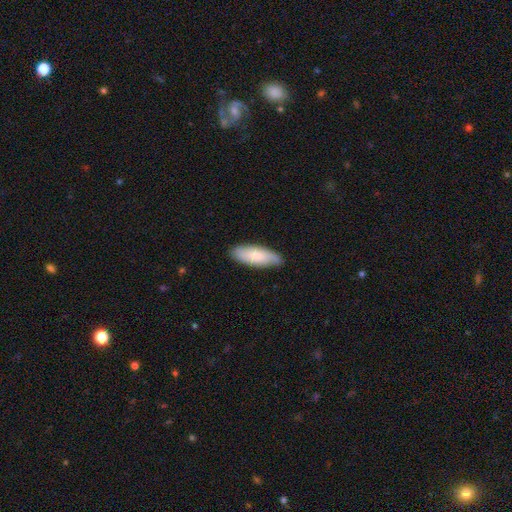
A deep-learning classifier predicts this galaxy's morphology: Smooth or featured? Predicted: smooth (p=0.74). How rounded? Predicted: in between (p=0.68). Merging? Predicted: none (p=0.81).